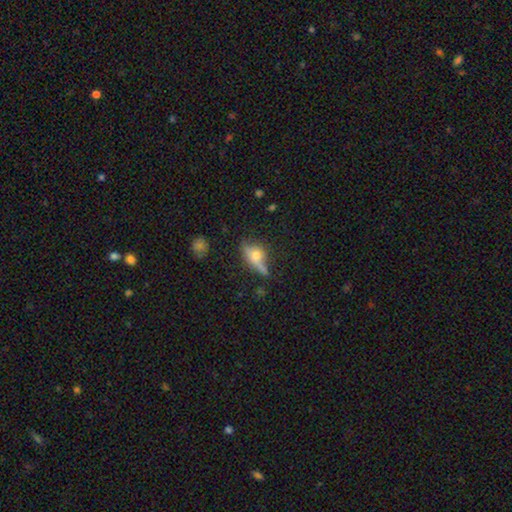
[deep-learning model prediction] This appears to be a smooth galaxy with no disk features (48%). Merging: none (52%).